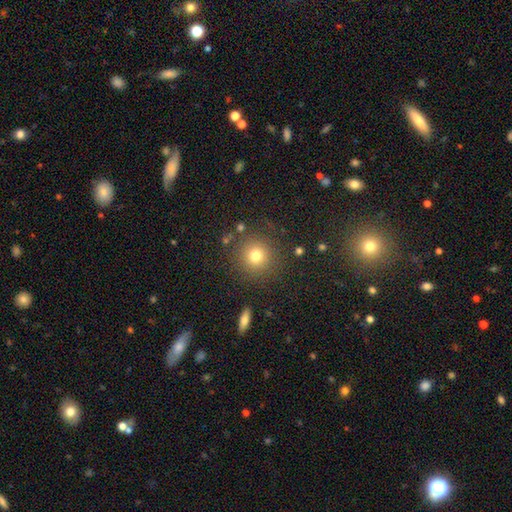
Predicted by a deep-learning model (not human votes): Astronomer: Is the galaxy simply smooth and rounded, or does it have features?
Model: smooth — 77%.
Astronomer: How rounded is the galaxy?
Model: round — 94%.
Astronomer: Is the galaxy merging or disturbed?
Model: none — 86%.